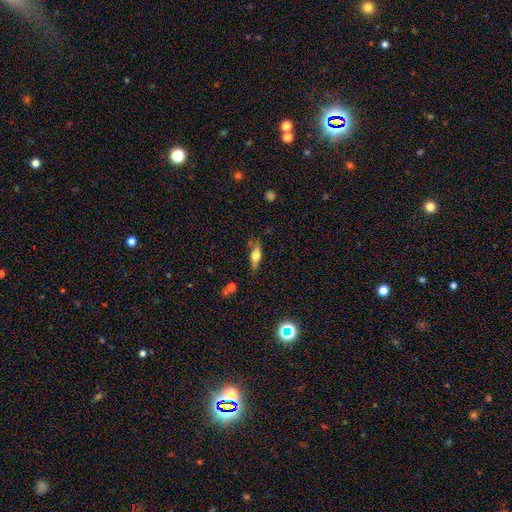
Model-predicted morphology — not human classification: smooth-or-featured: smooth: 59% | featured or disk: 33% | star or artifact: 8%
  how-rounded: in between: 57% | cigar-shaped: 39% | round: 4%
  merging: none: 71% | minor disturbance: 21% | major disturbance: 6% | merger: 2%